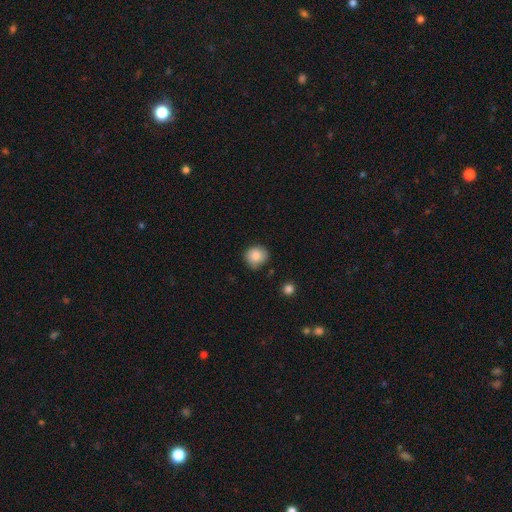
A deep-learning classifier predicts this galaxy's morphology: smooth_or_featured: smooth (p=0.85) [alt: star or artifact p=0.09]
how_rounded: round (p=0.85) [alt: in between p=0.14]
merging: none (p=0.76) [alt: minor disturbance p=0.19]